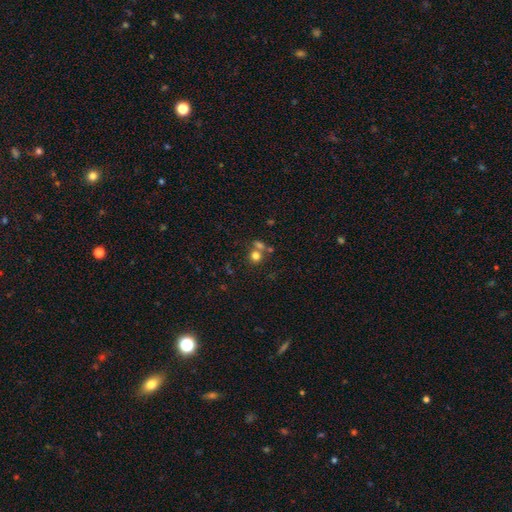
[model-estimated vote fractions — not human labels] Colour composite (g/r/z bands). It shows a smooth galaxy with no disk features (73%) that is round (86%). Merging: none (52%).